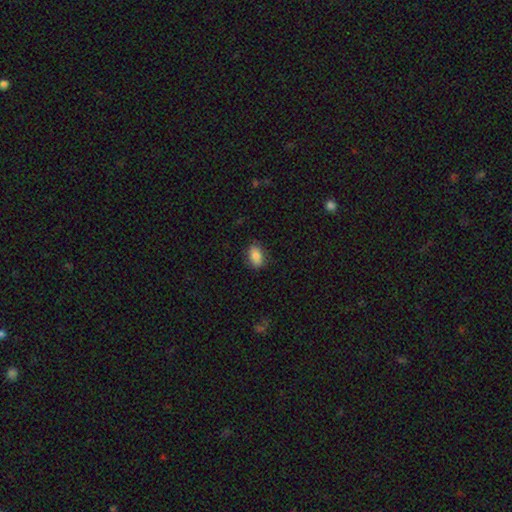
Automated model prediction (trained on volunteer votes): smooth_or_featured: smooth (p=0.85) [alt: star or artifact p=0.08]
how_rounded: in between (p=0.87) [alt: round p=0.11]
merging: none (p=0.81) [alt: minor disturbance p=0.14]